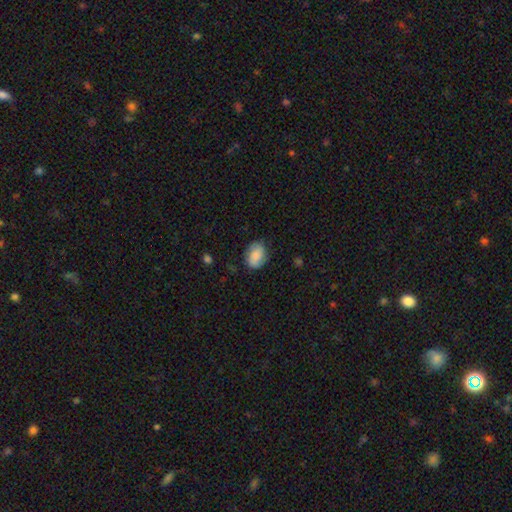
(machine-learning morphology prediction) type=smooth (75%); roundness=in between (76%); merging=none (74%).